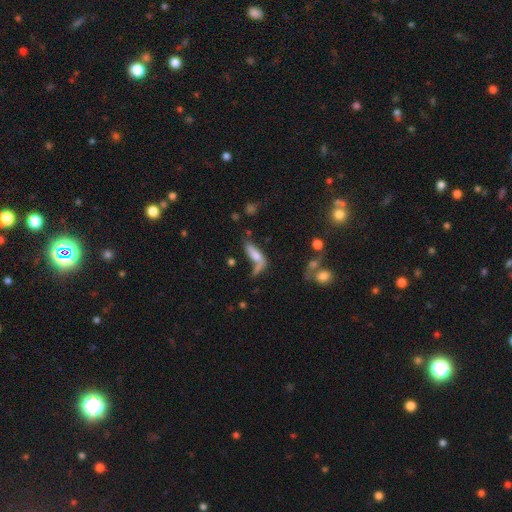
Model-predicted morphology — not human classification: type=smooth (57%); roundness=cigar-shaped (49%); merging=none (35%).